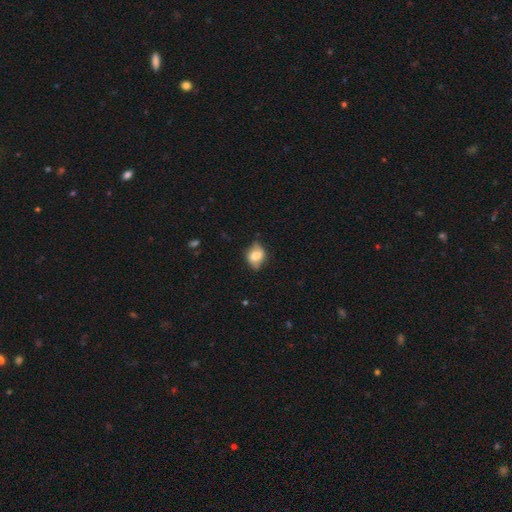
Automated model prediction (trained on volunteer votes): Q: Smooth or featured?
A: smooth (58%); runner-up: featured or disk (34%)
Q: How rounded?
A: in between (60%); runner-up: round (38%)
Q: Merging?
A: none (66%); runner-up: minor disturbance (26%)